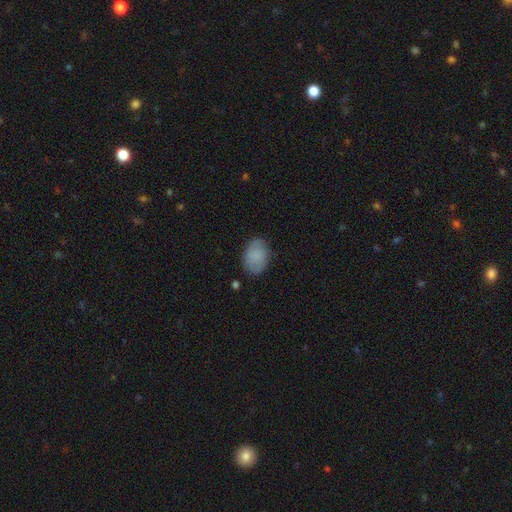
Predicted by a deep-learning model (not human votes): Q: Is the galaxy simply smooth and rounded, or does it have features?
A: smooth — 82%.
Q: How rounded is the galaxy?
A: in between — 82%.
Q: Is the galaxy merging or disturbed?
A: none — 77%.